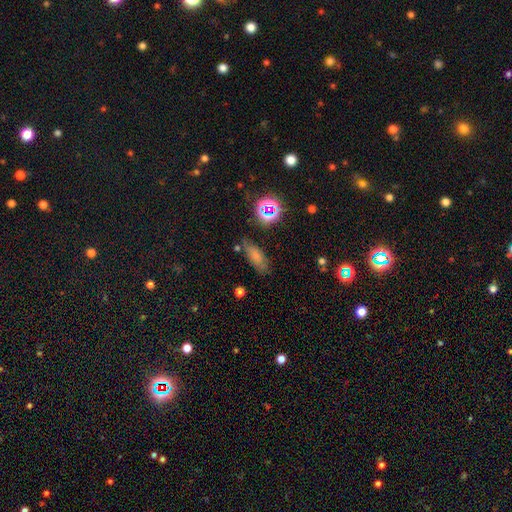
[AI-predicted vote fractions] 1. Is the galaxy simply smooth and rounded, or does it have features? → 69% smooth, 17% star or artifact, 13% featured or disk.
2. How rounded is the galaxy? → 73% in between, 22% cigar-shaped, 5% round.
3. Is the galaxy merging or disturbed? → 68% none, 20% minor disturbance, 6% major disturbance, 6% merger.